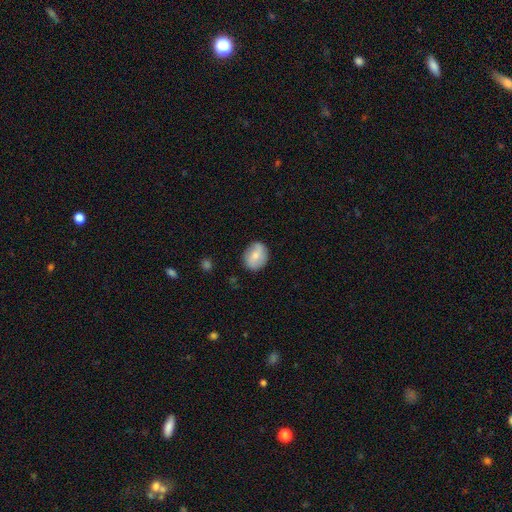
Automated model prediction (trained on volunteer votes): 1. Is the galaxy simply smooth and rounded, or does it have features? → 64% smooth, 29% featured or disk, 7% star or artifact.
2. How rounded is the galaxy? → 50% round, 48% in between, 1% cigar-shaped.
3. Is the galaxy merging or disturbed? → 81% none, 14% minor disturbance, 3% major disturbance, 1% merger.